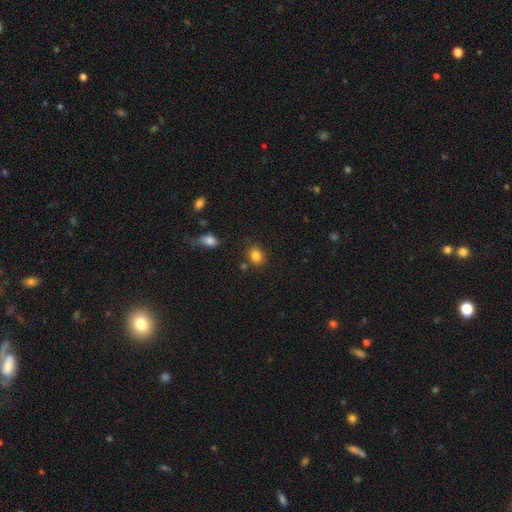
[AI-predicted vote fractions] Overall: smooth (83%). How rounded: round (53%; in between 46%). Merging: none (80%).